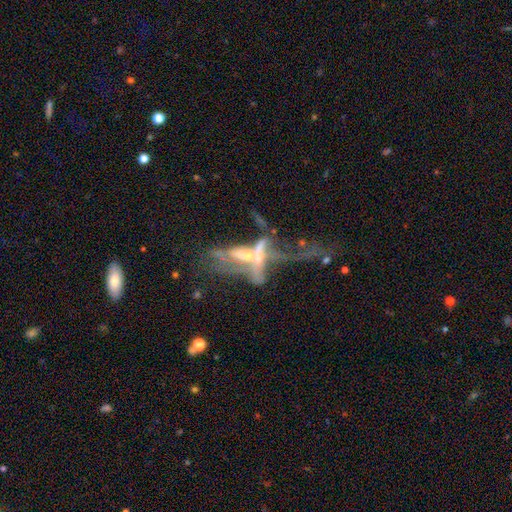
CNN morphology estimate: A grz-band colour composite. It shows a featured or disk galaxy (67%). Merging: merger (60%).